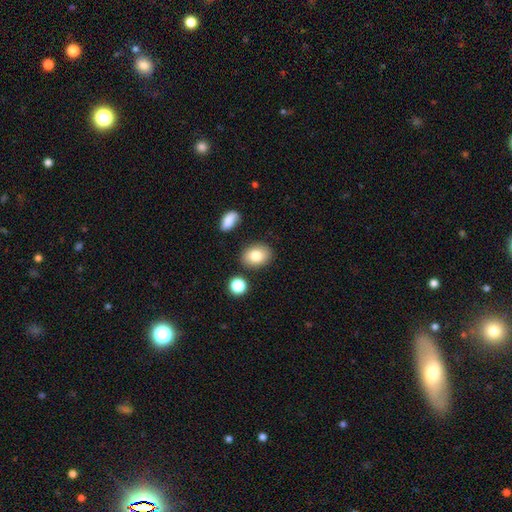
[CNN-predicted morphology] Overall: smooth (81%). How rounded: in between (70%). Merging: none (83%).